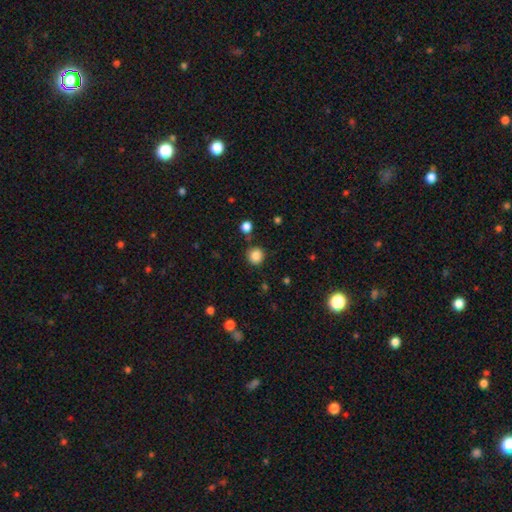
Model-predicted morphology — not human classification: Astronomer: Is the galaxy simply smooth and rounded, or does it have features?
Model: smooth — 85%.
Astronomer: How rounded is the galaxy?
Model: round — 91%.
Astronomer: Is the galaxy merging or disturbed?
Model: none — 84%.